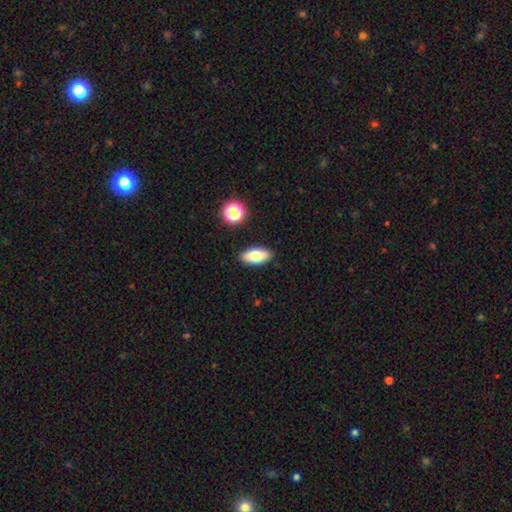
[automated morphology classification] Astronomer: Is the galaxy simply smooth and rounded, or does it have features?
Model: smooth — 77%.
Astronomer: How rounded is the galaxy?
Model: in between — 86%.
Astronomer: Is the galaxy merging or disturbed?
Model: none — 88%.